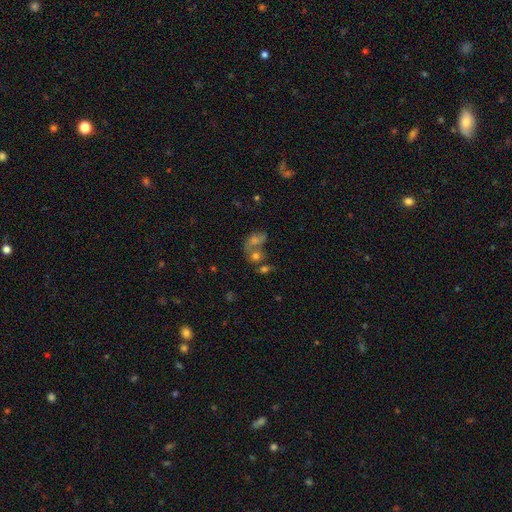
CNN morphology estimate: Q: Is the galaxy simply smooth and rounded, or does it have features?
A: smooth — 55%.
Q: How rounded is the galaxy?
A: in between — 54%.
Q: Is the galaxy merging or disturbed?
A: merger — 56%.